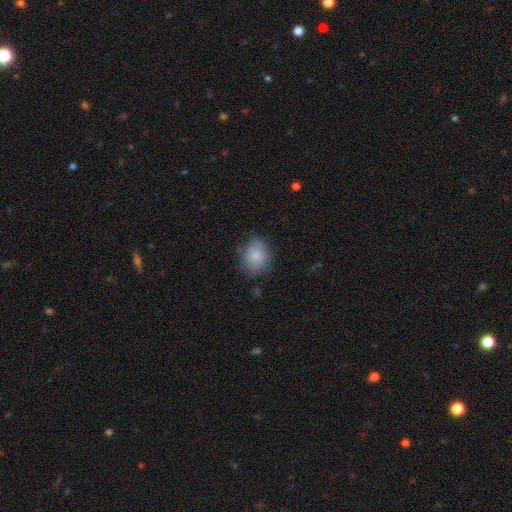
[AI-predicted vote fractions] This appears to be a smooth galaxy with no disk features (81%) that is round (58%). Merging: none (68%).